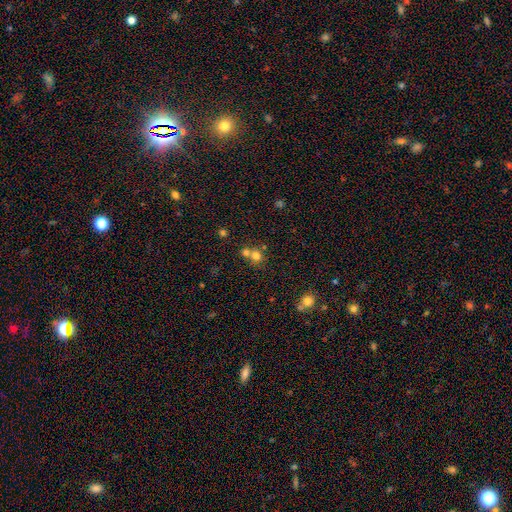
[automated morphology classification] smooth_or_featured: smooth (p=0.73) [alt: star or artifact p=0.17]
how_rounded: round (p=0.87) [alt: in between p=0.12]
merging: none (p=0.47) [alt: merger p=0.45]